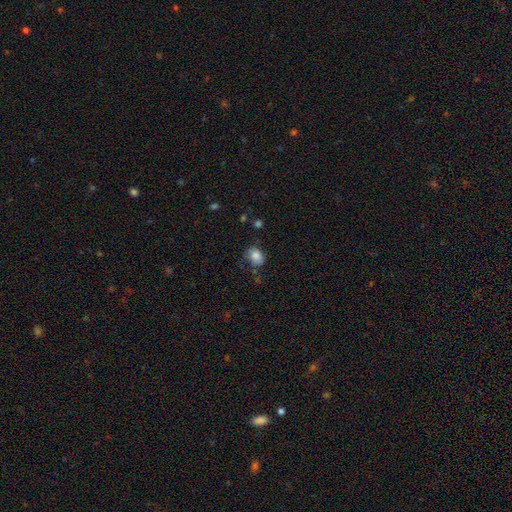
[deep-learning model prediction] smooth 84%, star or artifact 9%, featured or disk 7%. Down the decision tree: how rounded — in between (60%); merging — none (64%).